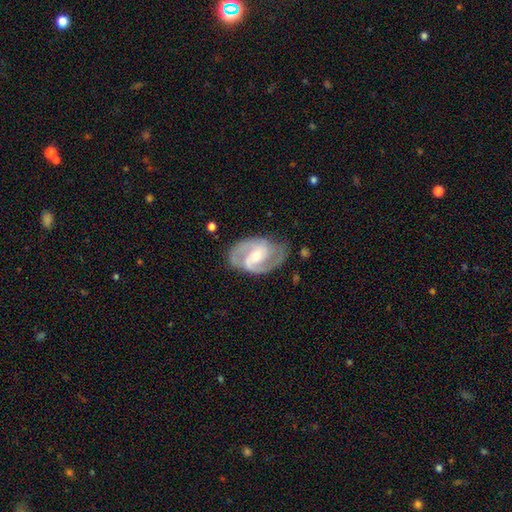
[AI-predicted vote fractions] Smooth or featured?
  - featured or disk: 89% *
  - smooth: 7%
  - star or artifact: 4%
Edge-on disk?
  - no: 97% *
  - yes: 3%
Bar?
  - weak: 47% *
  - no: 30%
  - strong: 24%
Spiral arms?
  - yes: 96% *
  - no: 4%
Spiral winding?
  - medium: 56% *
  - tight: 28%
  - loose: 16%
Spiral arm count?
  - 2: 85% *
  - 3: 6%
  - can't tell: 5%
  - 1: 2%
  - 4: 1%
  - more than 4: 1%
Bulge size?
  - moderate: 52% *
  - small: 44%
  - large: 2%
  - none: 1%
  - dominant: 1%
Merging?
  - none: 74% *
  - minor disturbance: 18%
  - major disturbance: 7%
  - merger: 2%